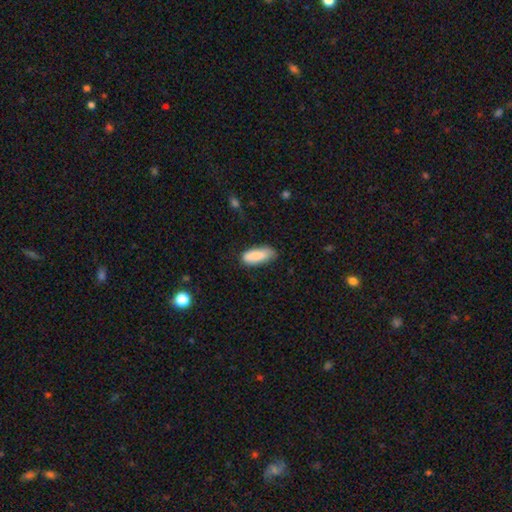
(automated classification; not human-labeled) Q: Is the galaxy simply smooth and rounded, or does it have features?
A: smooth — 83%.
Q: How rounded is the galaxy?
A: in between — 79%.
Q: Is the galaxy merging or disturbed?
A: none — 66%.